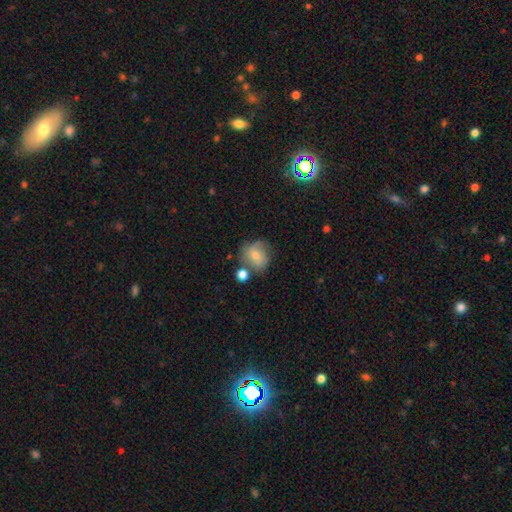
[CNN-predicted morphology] Smooth or featured? smooth (64%)
How rounded? round (73%)
Merging? none (51%)